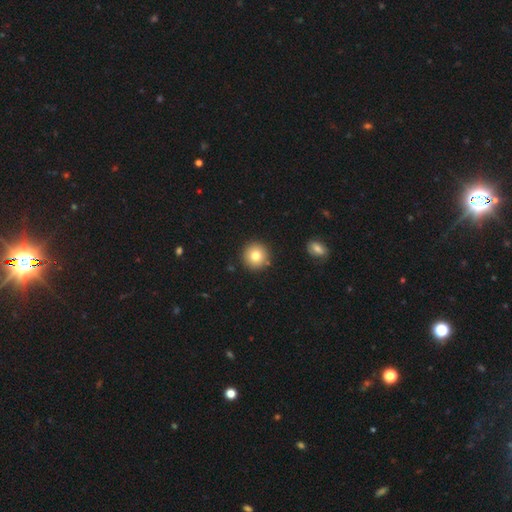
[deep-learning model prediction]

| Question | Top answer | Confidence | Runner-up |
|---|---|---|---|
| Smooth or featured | smooth | 80% | featured or disk (10%) |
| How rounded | round | 95% | in between (4%) |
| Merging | none | 90% | minor disturbance (6%) |